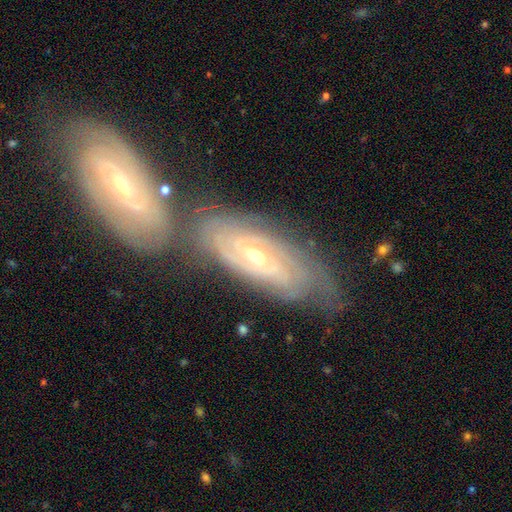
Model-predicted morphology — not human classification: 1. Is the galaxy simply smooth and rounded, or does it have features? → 82% featured or disk, 12% smooth, 6% star or artifact.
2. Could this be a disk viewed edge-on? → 89% no, 11% yes.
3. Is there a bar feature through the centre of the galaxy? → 58% no, 31% weak, 11% strong.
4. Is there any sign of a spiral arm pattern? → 92% yes, 8% no.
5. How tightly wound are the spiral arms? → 75% tight, 20% medium, 5% loose.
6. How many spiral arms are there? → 47% can't tell, 25% 2, 14% 3, 7% 4, 4% more than 4, 4% 1.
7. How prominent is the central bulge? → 51% moderate, 46% small, 2% large, 1% none, 1% dominant.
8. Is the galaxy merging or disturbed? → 51% none, 28% merger, 15% minor disturbance, 5% major disturbance.